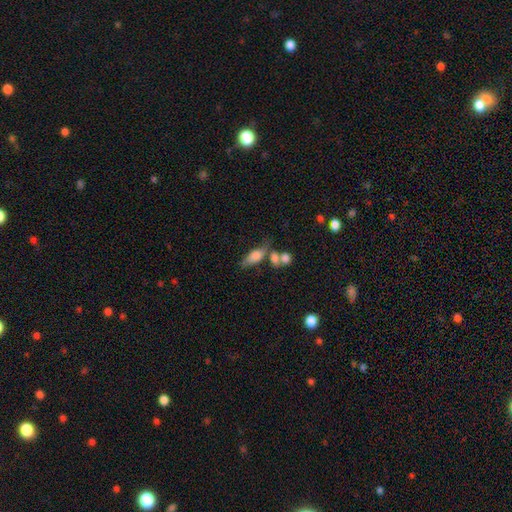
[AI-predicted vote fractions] This appears to be a smooth galaxy with no disk features (73%) that is in between round and cigar-shaped (78%). Merging: none (41%).